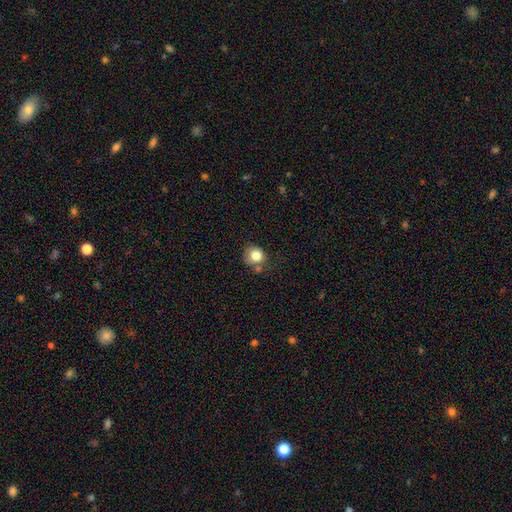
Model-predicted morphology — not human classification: Smooth or featured: smooth — 82% (star or artifact — 10%)
How rounded: round — 85% (in between — 14%)
Merging: none — 63% (minor disturbance — 20%)